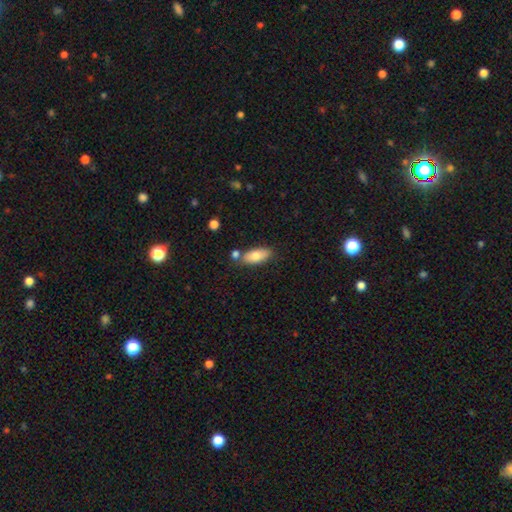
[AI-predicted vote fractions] Morphology: type=smooth (79%); roundness=in between (85%); merging=none (72%).